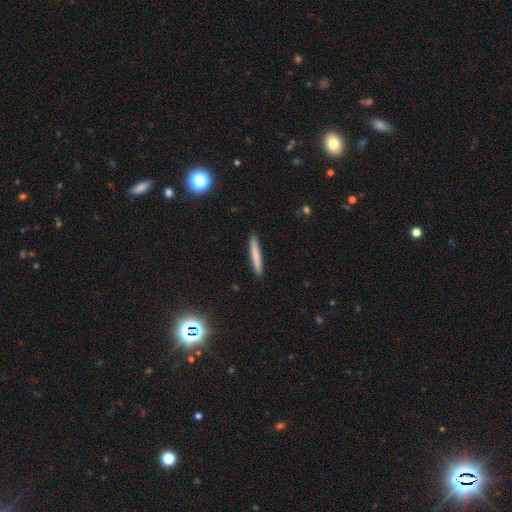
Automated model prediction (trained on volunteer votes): A smooth galaxy with no disk features (75%) that is cigar-shaped (95%).

Vote fractions:
- Smooth or featured? smooth: 75% / featured or disk: 18% / star or artifact: 7%
- How rounded? cigar-shaped: 95% / in between: 3% / round: 1%
- Merging? none: 91% / minor disturbance: 6% / major disturbance: 1% / merger: 1%